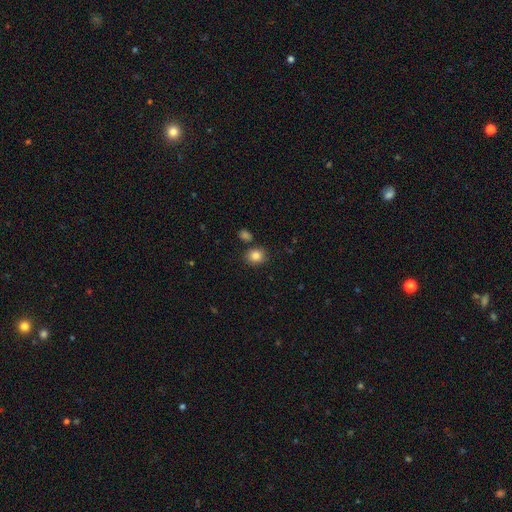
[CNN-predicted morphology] This appears to be a smooth galaxy with no disk features (84%) that is round (72%). Merging: none (80%).